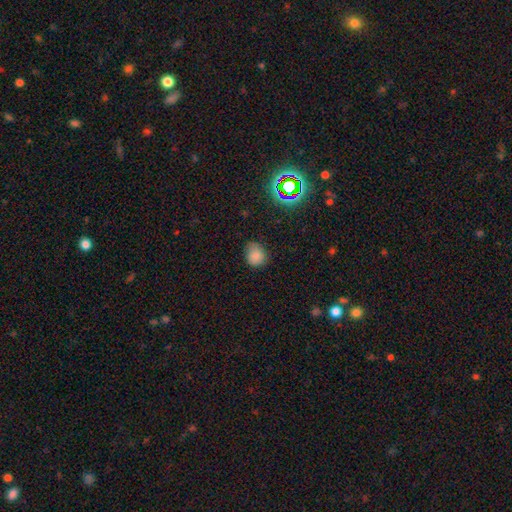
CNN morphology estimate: A smooth galaxy with no disk features (80%) that is round (68%). Merging: none (65%).